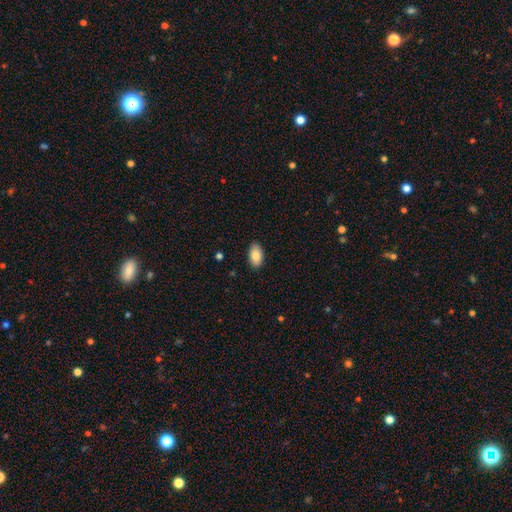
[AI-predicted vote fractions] smooth 86%, featured or disk 7%, star or artifact 7%. Down the decision tree: how rounded — in between (94%); merging — none (88%).